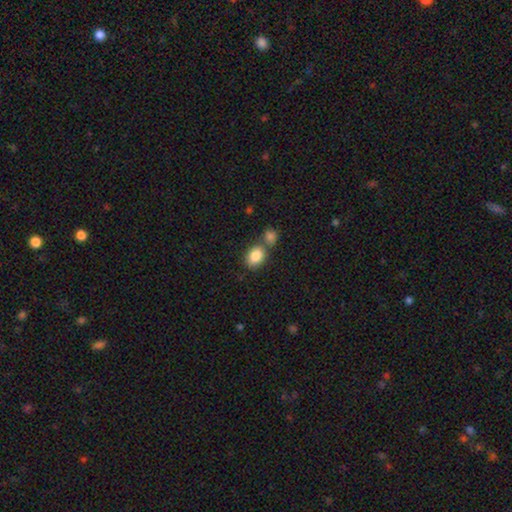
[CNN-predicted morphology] smooth-or-featured: smooth: 85% | star or artifact: 8% | featured or disk: 7%
  how-rounded: in between: 72% | round: 27% | cigar-shaped: 1%
  merging: none: 54% | merger: 33% | minor disturbance: 10% | major disturbance: 3%